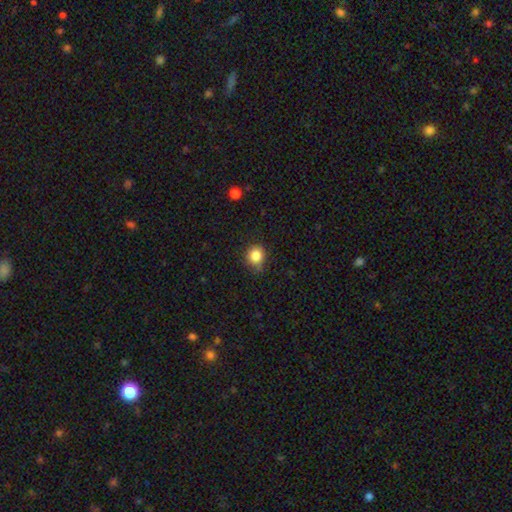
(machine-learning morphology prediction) Q: Smooth or featured?
A: smooth (84%); runner-up: star or artifact (11%)
Q: How rounded?
A: round (86%); runner-up: in between (13%)
Q: Merging?
A: none (74%); runner-up: minor disturbance (20%)